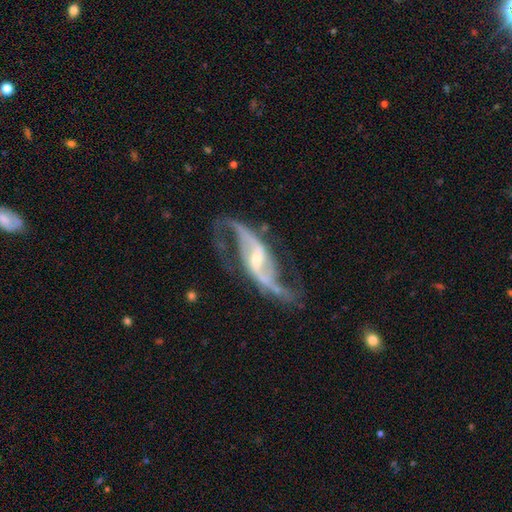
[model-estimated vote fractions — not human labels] A featured or disk galaxy (91%) with a weak bar (39%), 2 (92%) loose (66%) spiral arms (97%) and a small central bulge (58%). Merging: none (69%).